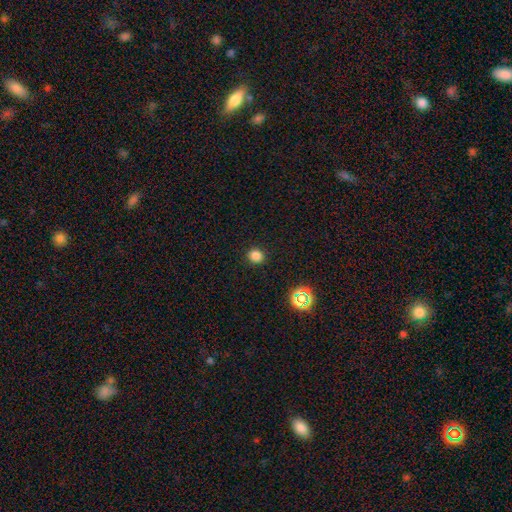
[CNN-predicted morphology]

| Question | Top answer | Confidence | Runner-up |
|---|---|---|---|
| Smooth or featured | smooth | 82% | star or artifact (15%) |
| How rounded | round | 80% | in between (19%) |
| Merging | none | 91% | minor disturbance (6%) |